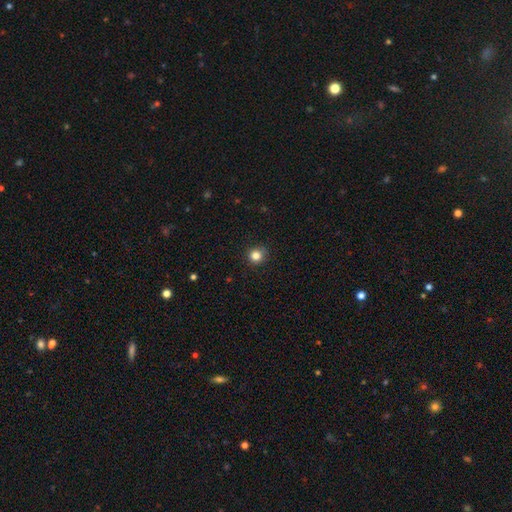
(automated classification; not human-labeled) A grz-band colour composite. It shows a smooth galaxy with no disk features (83%) that is round (93%). Merging: none (90%).